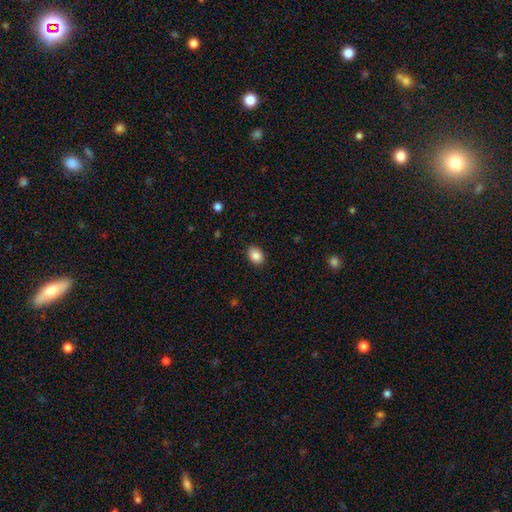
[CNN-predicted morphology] A smooth galaxy with no disk features (86%) that is in between round and cigar-shaped (70%). Merging: none (89%).